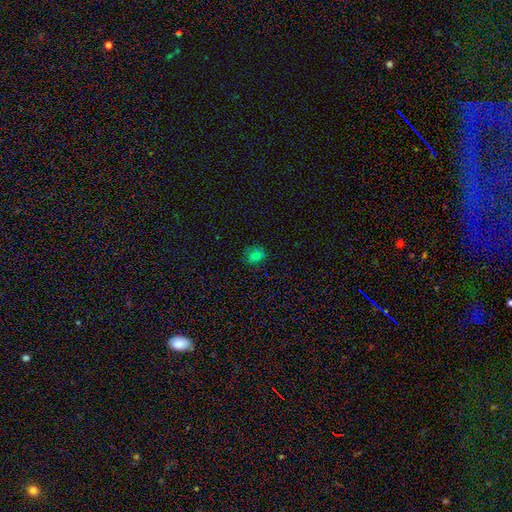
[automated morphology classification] Overall: smooth (79%). How rounded: round (67%; in between 32%). Merging: none (80%).